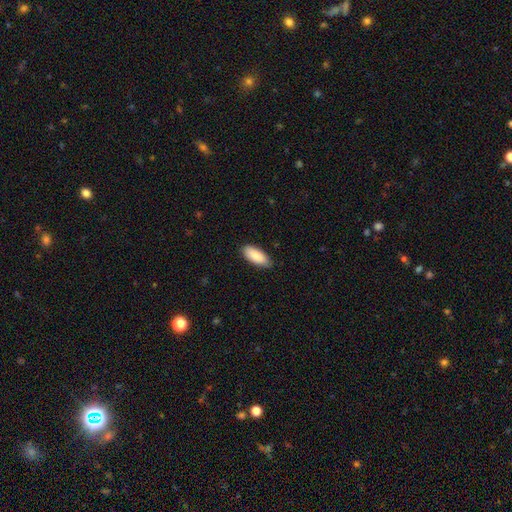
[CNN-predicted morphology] Smooth or featured?
  - smooth: 88% *
  - featured or disk: 6%
  - star or artifact: 6%
How rounded?
  - in between: 86% *
  - cigar-shaped: 13%
  - round: 2%
Merging?
  - none: 85% *
  - minor disturbance: 13%
  - major disturbance: 2%
  - merger: 1%